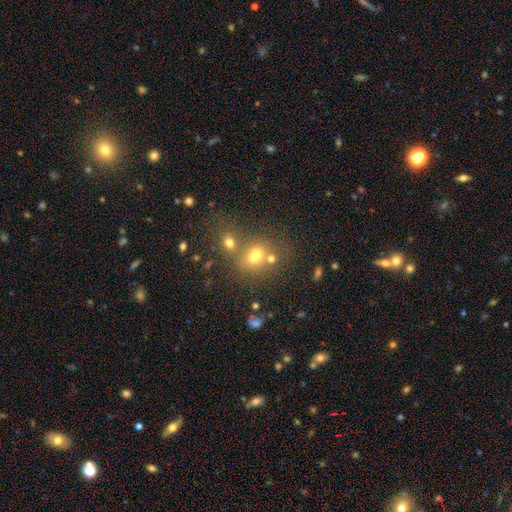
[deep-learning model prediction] This is likely a smooth galaxy (62%). How rounded: possibly round (54%). Merging: possibly none (46%).